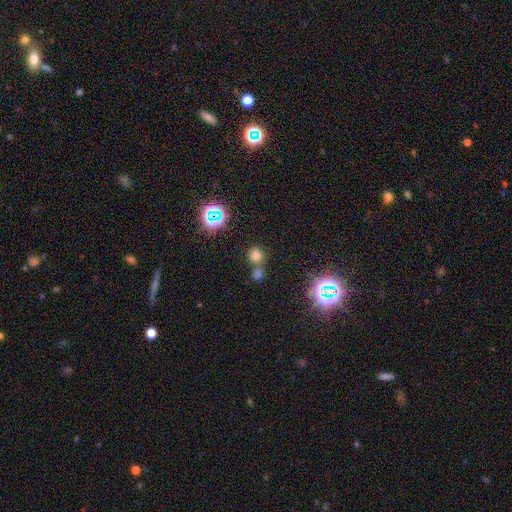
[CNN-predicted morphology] This is likely a smooth galaxy (66%). How rounded: clearly round (87%). Merging: possibly none (56%).